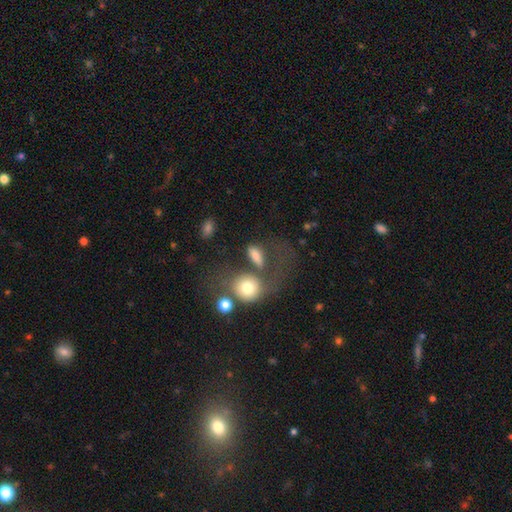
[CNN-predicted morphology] Overall: smooth (77%). How rounded: in between (69%). Merging: none (34%; merger 26%).